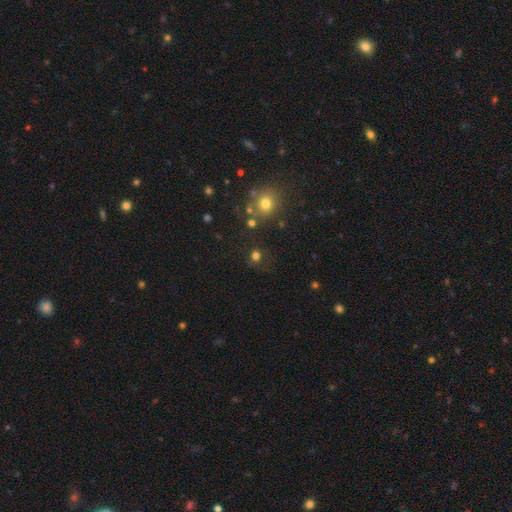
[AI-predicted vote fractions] Overall: smooth (69%). How rounded: round (85%). Merging: none (74%).